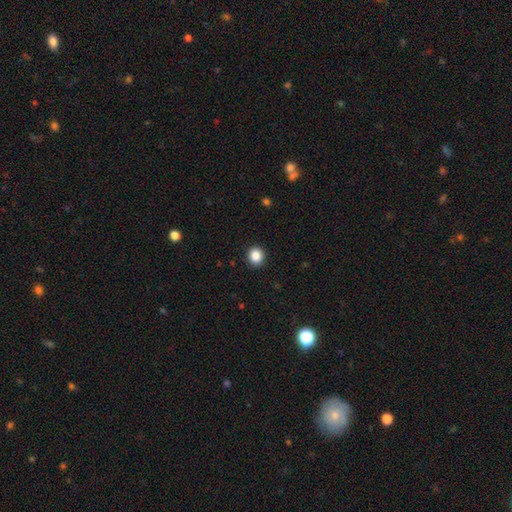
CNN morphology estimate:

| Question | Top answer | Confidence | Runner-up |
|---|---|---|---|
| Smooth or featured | smooth | 88% | star or artifact (9%) |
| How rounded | round | 79% | in between (20%) |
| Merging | none | 91% | minor disturbance (6%) |